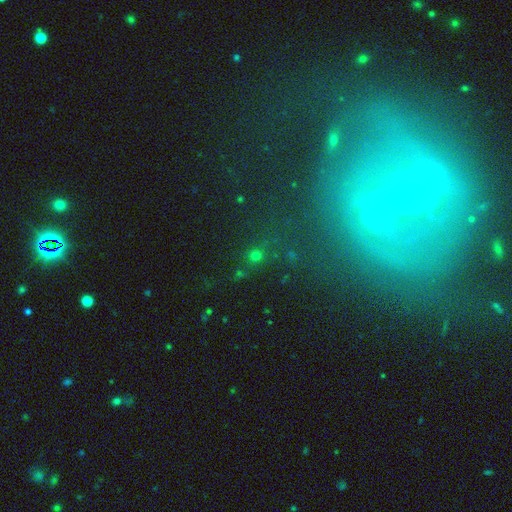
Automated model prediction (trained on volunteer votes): Overall: smooth (57%; star or artifact 35%). How rounded: round (88%). Merging: none (75%).